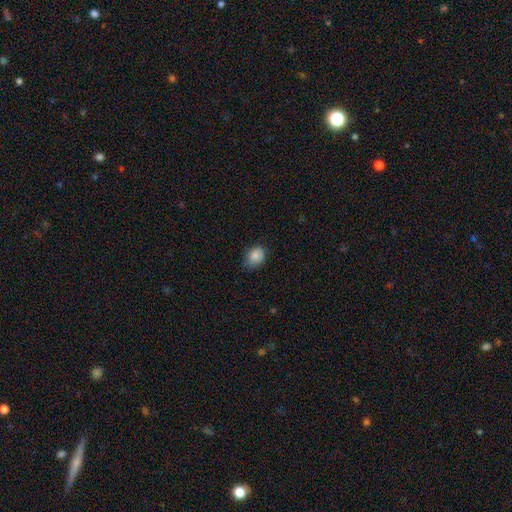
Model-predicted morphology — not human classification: A smooth galaxy with no disk features (87%) that is round (53%).

Vote fractions:
- Smooth or featured? smooth: 87% / star or artifact: 8% / featured or disk: 5%
- How rounded? round: 53% / in between: 46% / cigar-shaped: 1%
- Merging? none: 70% / minor disturbance: 24% / major disturbance: 4% / merger: 1%